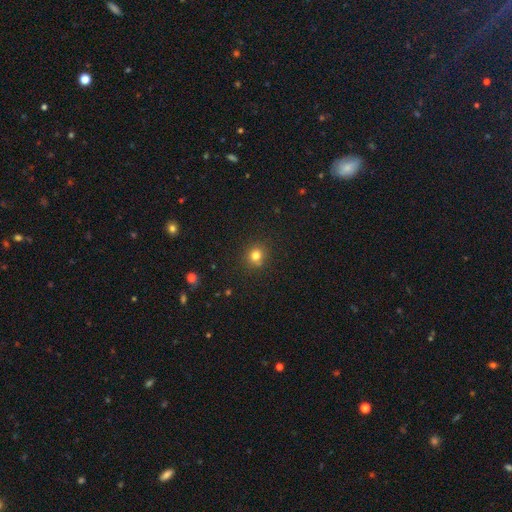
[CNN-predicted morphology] type=smooth (78%); roundness=round (86%); merging=none (84%).